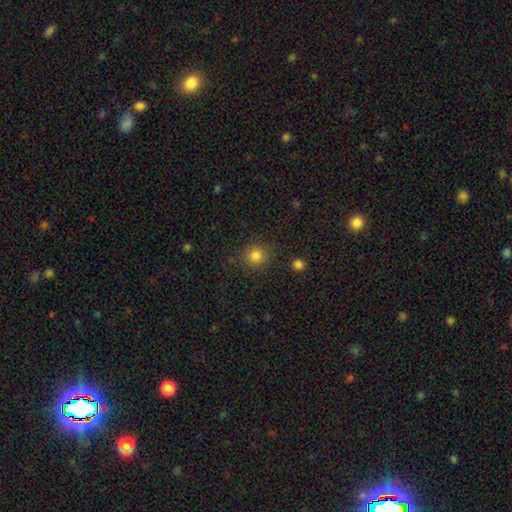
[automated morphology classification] smooth 83%, star or artifact 12%, featured or disk 5%. Down the decision tree: how rounded — round (91%); merging — none (86%).